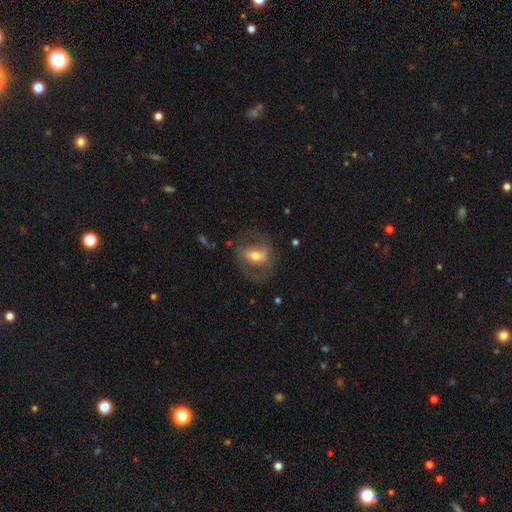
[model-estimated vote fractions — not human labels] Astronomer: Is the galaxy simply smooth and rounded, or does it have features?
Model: featured or disk — 63%.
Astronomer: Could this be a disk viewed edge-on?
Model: no — 94%.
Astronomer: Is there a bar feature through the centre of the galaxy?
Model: weak — 41% (runner-up: strong, 35%).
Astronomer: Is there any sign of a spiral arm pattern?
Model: yes — 71%.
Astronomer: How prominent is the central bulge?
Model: moderate — 67%.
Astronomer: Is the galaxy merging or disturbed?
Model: none — 63%.